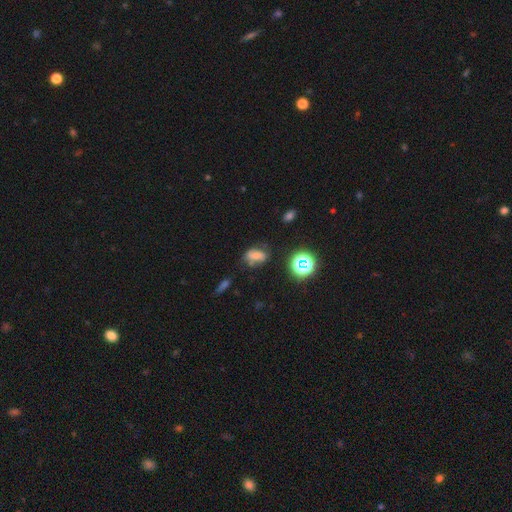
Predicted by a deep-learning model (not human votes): Smooth or featured?
  - smooth: 59% *
  - star or artifact: 22%
  - featured or disk: 20%
How rounded?
  - in between: 78% *
  - round: 18%
  - cigar-shaped: 4%
Merging?
  - none: 54% *
  - minor disturbance: 26%
  - major disturbance: 11%
  - merger: 9%